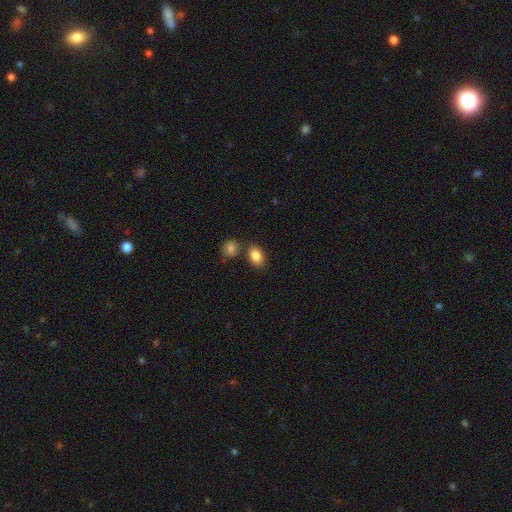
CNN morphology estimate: Smooth or featured?
  - smooth: 86% *
  - star or artifact: 8%
  - featured or disk: 6%
How rounded?
  - in between: 83% *
  - round: 16%
  - cigar-shaped: 1%
Merging?
  - none: 68% *
  - merger: 16%
  - minor disturbance: 12%
  - major disturbance: 3%